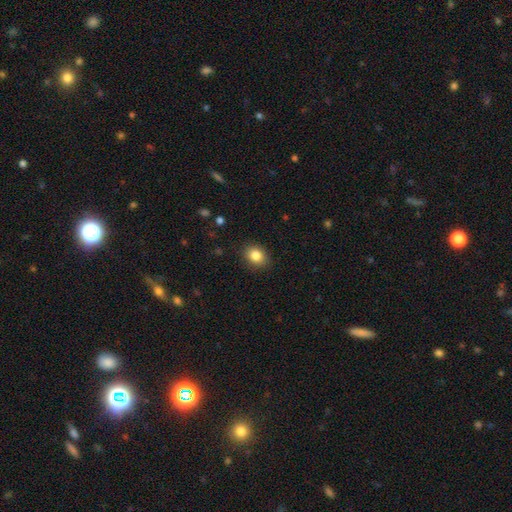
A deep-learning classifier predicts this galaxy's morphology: Overall: smooth (84%). How rounded: round (50%; in between 49%). Merging: none (88%).